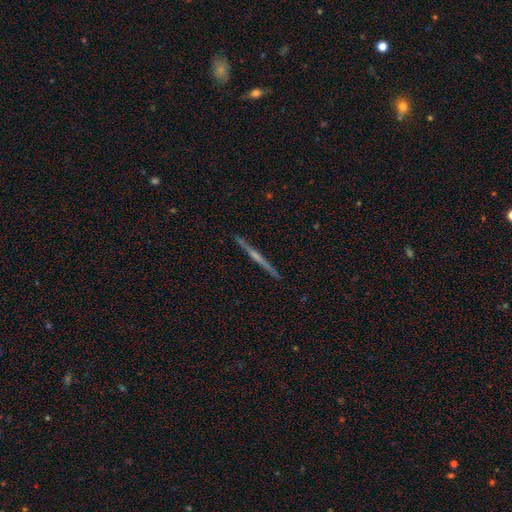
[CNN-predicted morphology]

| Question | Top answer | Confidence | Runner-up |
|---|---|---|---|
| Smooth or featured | featured or disk | 73% | smooth (21%) |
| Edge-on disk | yes | 98% | no (2%) |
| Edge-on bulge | none | 45% | rounded (44%) |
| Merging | none | 92% | minor disturbance (6%) |